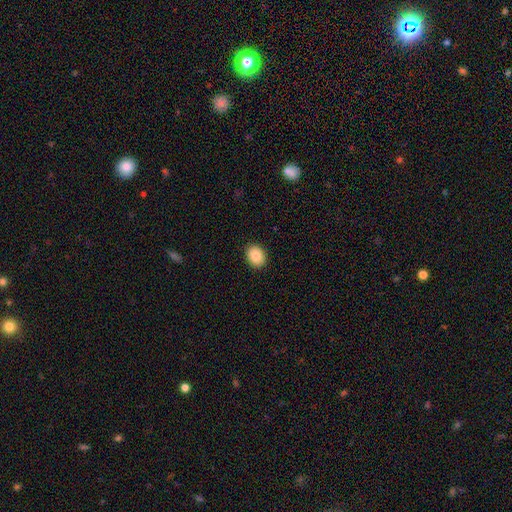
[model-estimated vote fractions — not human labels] smooth 86%, star or artifact 8%, featured or disk 6%. Down the decision tree: how rounded — in between (57%); merging — none (91%).